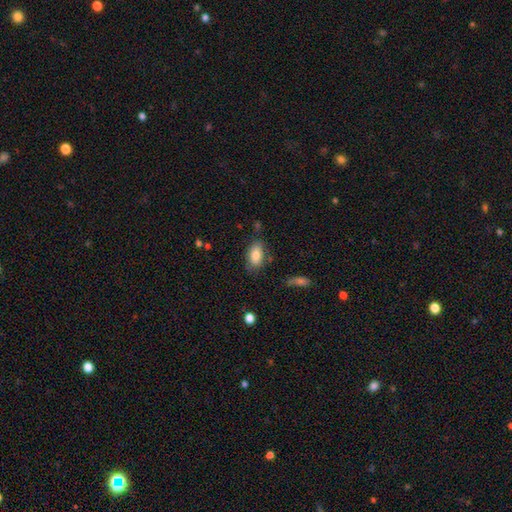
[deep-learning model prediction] smooth 80%, featured or disk 12%, star or artifact 7%. Down the decision tree: how rounded — in between (92%); merging — none (72%).